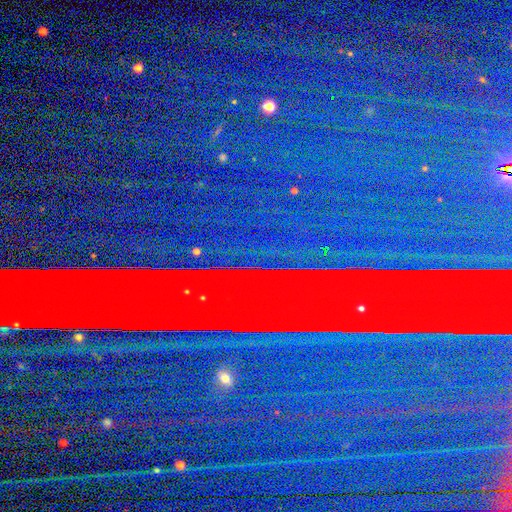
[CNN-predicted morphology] Smooth or featured? Predicted: star or artifact (p=0.84).